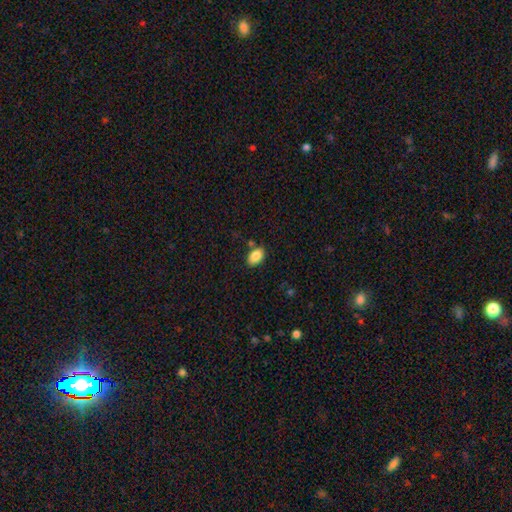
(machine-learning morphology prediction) Q: Smooth or featured?
A: smooth (86%); runner-up: star or artifact (8%)
Q: How rounded?
A: in between (88%); runner-up: round (11%)
Q: Merging?
A: none (77%); runner-up: minor disturbance (14%)